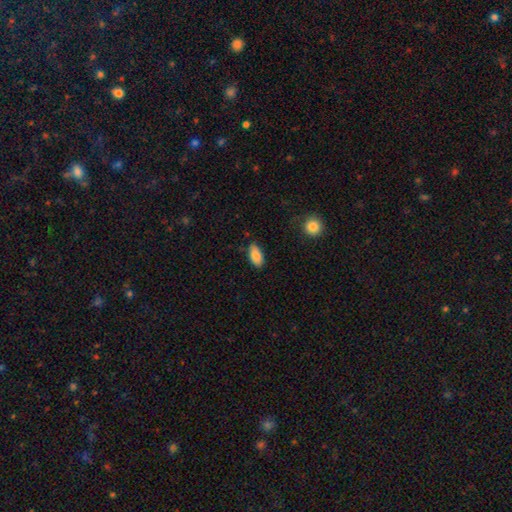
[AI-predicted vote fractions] Morphology: type=smooth (86%); roundness=in between (92%); merging=none (79%).